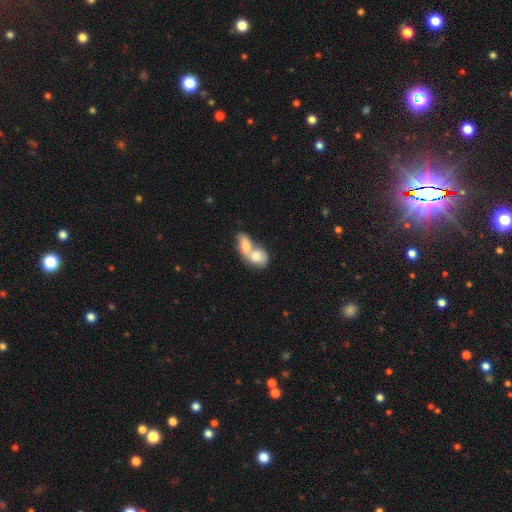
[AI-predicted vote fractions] Smooth or featured? smooth (73%)
How rounded? in between (70%)
Merging? merger (80%)